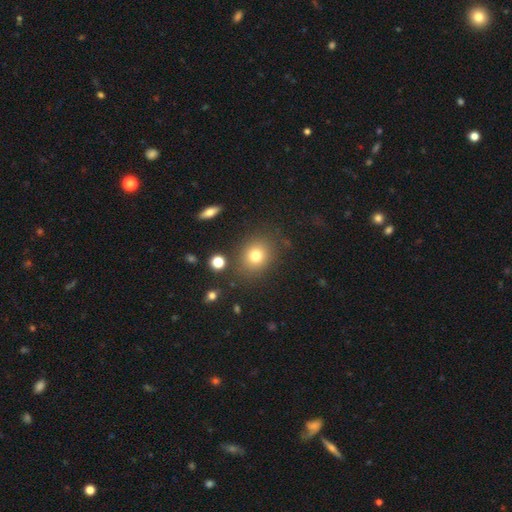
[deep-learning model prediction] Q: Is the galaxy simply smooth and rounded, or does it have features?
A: smooth — 77%.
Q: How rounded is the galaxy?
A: round — 67%.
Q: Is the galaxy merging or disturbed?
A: none — 82%.